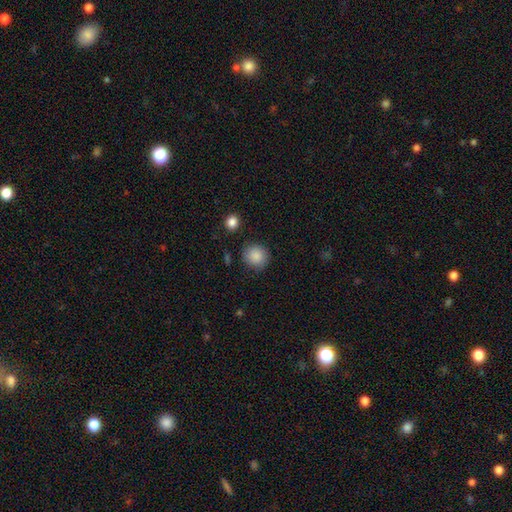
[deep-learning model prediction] A smooth galaxy with no disk features (88%) that is round (91%). Merging: none (85%).